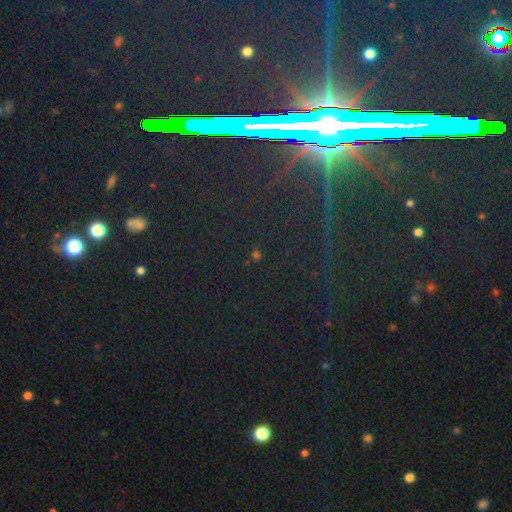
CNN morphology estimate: This is clearly a star or artifact rather than a galaxy (85%).